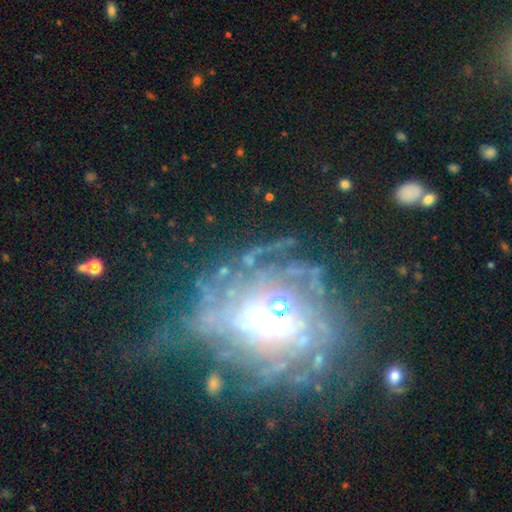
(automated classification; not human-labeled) Smooth or featured: featured or disk — 64% (star or artifact — 23%)
Edge-on disk: no — 94% (yes — 6%)
Bar: no — 63% (weak — 21%)
Spiral arms: no — 57% (yes — 43%)
Bulge size: moderate — 46% (large — 25%)
Merging: none — 43% (major disturbance — 32%)